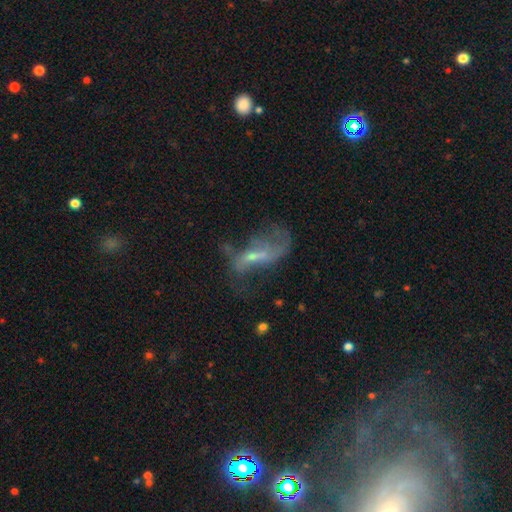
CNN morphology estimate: Smooth or featured: featured or disk — 63% (smooth — 25%)
Edge-on disk: no — 91% (yes — 9%)
Bar: weak — 40% (no — 38%)
Spiral arms: yes — 56% (no — 44%)
Bulge size: small — 47% (none — 27%)
Merging: major disturbance — 44% (none — 29%)